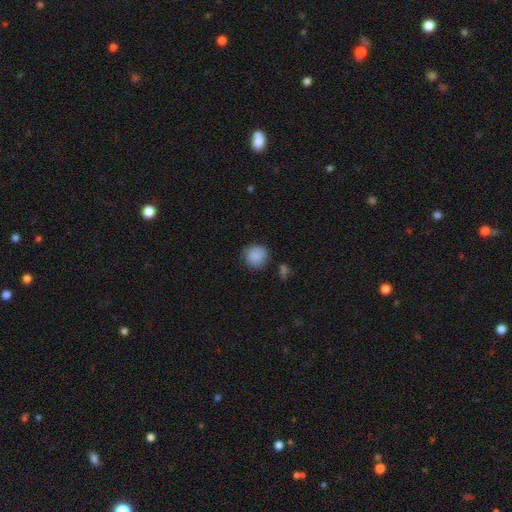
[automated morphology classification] Overall: smooth (88%). How rounded: round (91%). Merging: none (81%).